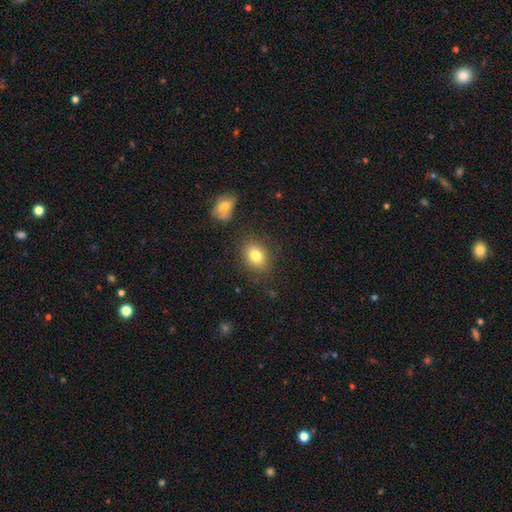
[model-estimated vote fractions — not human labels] A smooth galaxy with no disk features (80%) that is in between round and cigar-shaped (64%). Merging: none (82%).